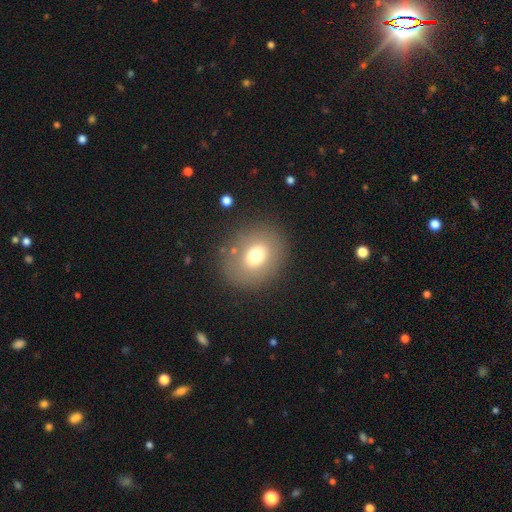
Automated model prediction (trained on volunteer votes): Morphology: type=smooth (70%); roundness=round (60%); merging=none (83%).